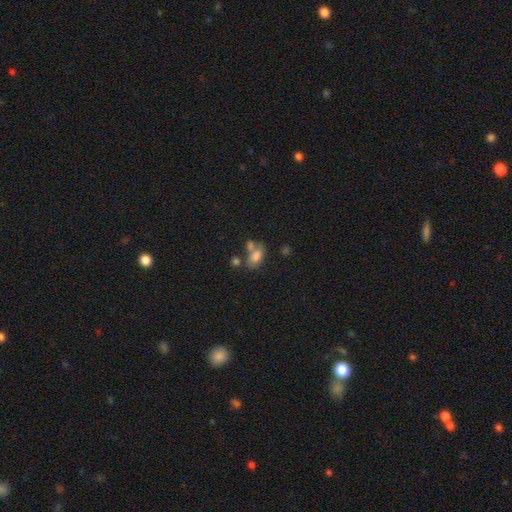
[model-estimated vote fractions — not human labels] Smooth or featured? smooth (75%)
How rounded? in between (83%)
Merging? none (39%)